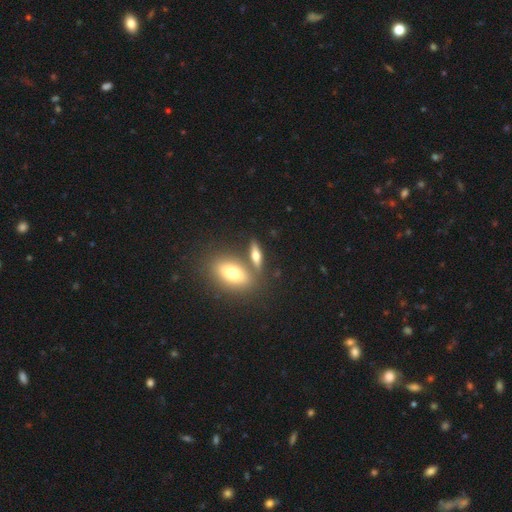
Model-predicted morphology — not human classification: smooth_or_featured: smooth (p=0.56) [alt: featured or disk p=0.35]
how_rounded: in between (p=0.53) [alt: cigar-shaped p=0.37]
merging: none (p=0.66) [alt: merger p=0.20]